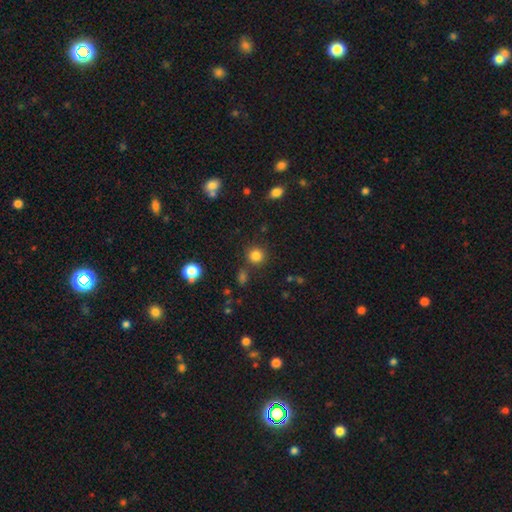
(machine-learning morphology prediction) Smooth or featured: smooth — 82% (star or artifact — 13%)
How rounded: round — 91% (in between — 8%)
Merging: none — 82% (minor disturbance — 8%)